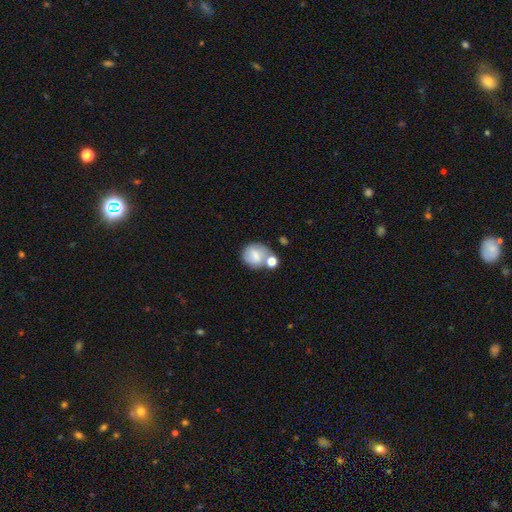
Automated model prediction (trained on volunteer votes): Smooth or featured?
  - smooth: 73% *
  - featured or disk: 18%
  - star or artifact: 9%
How rounded?
  - round: 69% *
  - in between: 30%
  - cigar-shaped: 1%
Merging?
  - none: 48% *
  - merger: 28%
  - minor disturbance: 17%
  - major disturbance: 7%